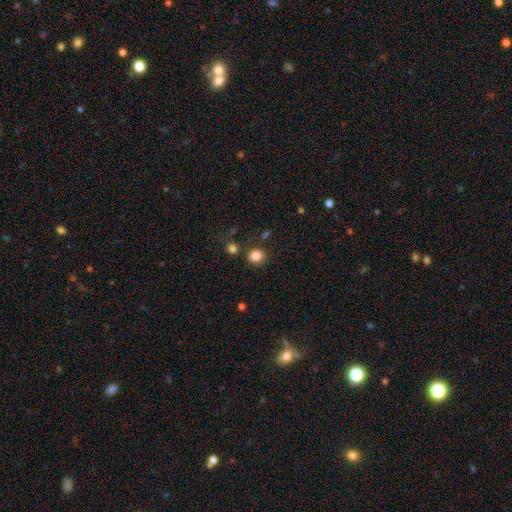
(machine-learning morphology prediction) type=smooth (84%); roundness=round (91%); merging=none (84%).